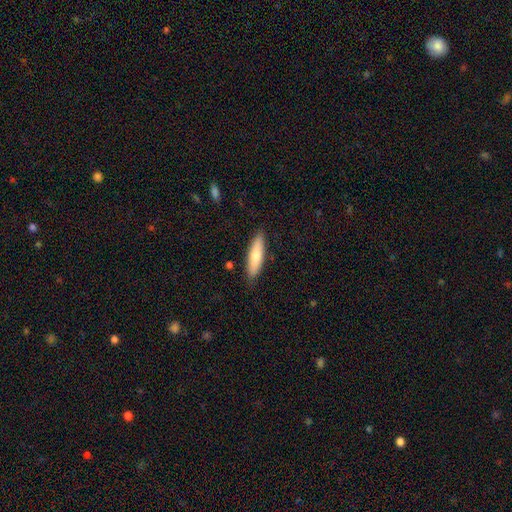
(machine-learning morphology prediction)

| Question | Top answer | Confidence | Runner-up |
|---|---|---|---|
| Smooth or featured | smooth | 74% | featured or disk (21%) |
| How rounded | cigar-shaped | 63% | in between (35%) |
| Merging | none | 86% | minor disturbance (11%) |